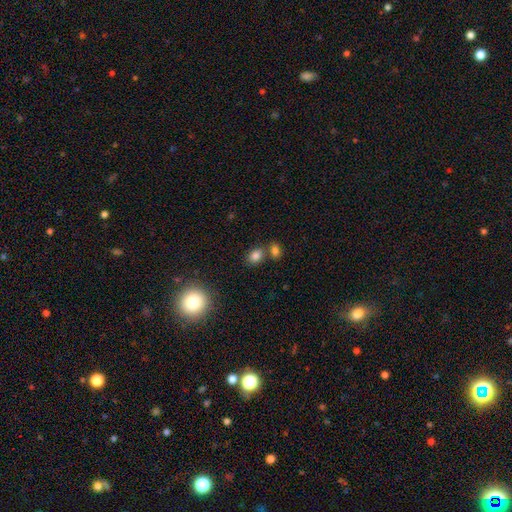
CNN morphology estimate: The model was most divided on "how rounded": in between: 64%, round: 34%, cigar-shaped: 1%. More confident: smooth or featured — smooth (81%); merging — none (62%).